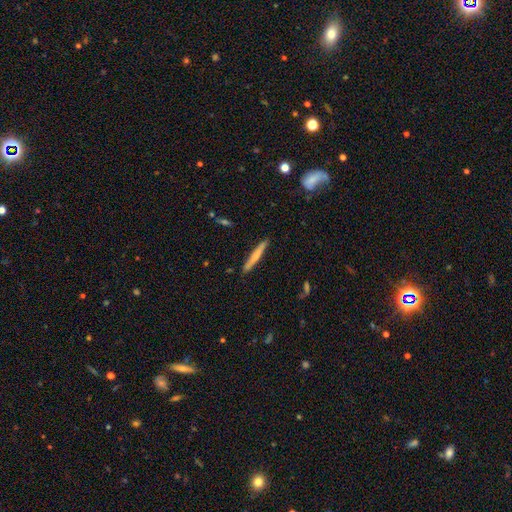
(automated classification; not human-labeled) Overall: smooth (56%; featured or disk 38%). How rounded: cigar-shaped (96%). Merging: none (89%).